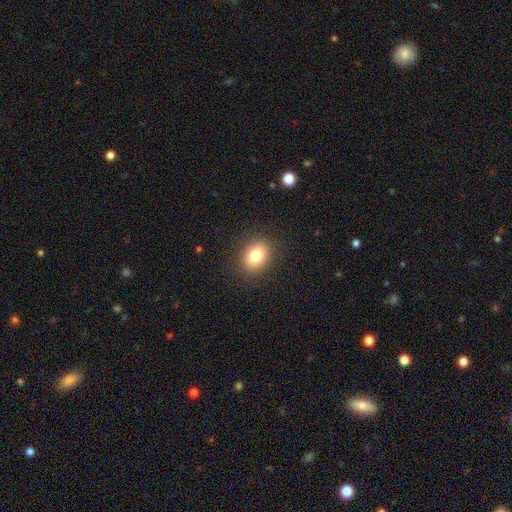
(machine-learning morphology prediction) smooth 82%, star or artifact 10%, featured or disk 9%. Down the decision tree: how rounded — in between (63%); merging — none (87%).